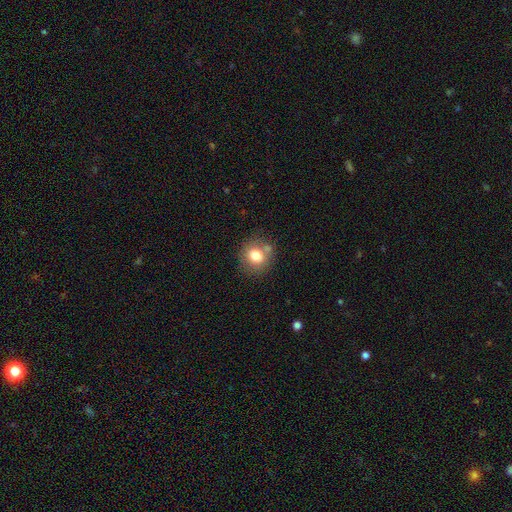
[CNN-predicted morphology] This is likely a smooth galaxy (77%). How rounded: clearly round (83%). Merging: likely none (70%).